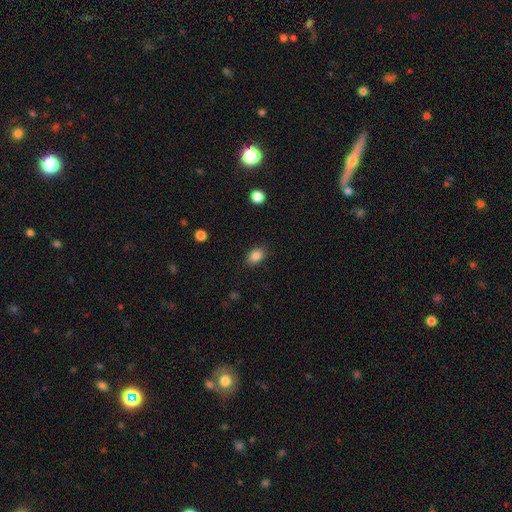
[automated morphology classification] type=smooth (86%); roundness=in between (73%); merging=none (85%).